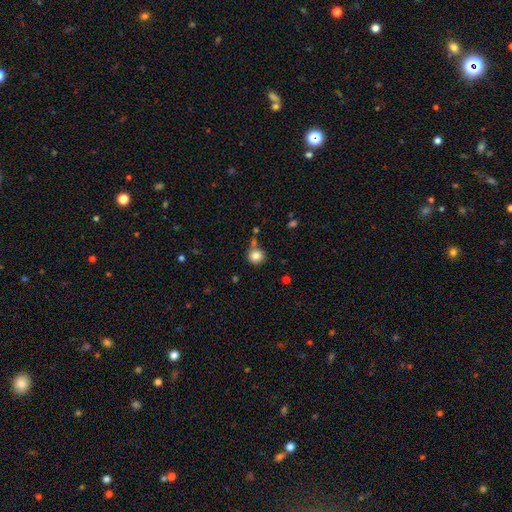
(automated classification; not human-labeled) This appears to be a smooth galaxy with no disk features (83%) that is round (93%). Merging: none (74%).